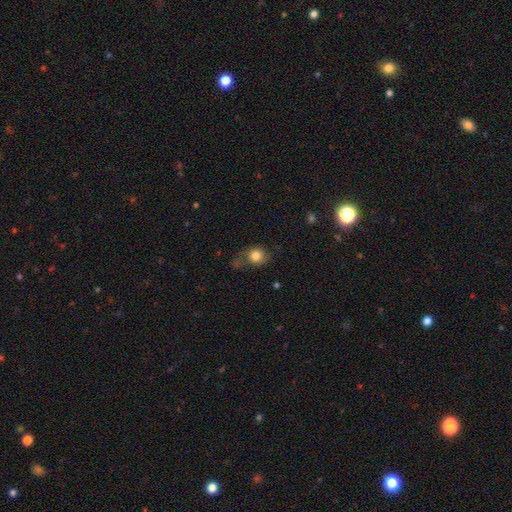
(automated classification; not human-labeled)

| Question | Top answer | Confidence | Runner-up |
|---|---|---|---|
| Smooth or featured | smooth | 81% | star or artifact (10%) |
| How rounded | round | 72% | in between (27%) |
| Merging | none | 55% | minor disturbance (24%) |